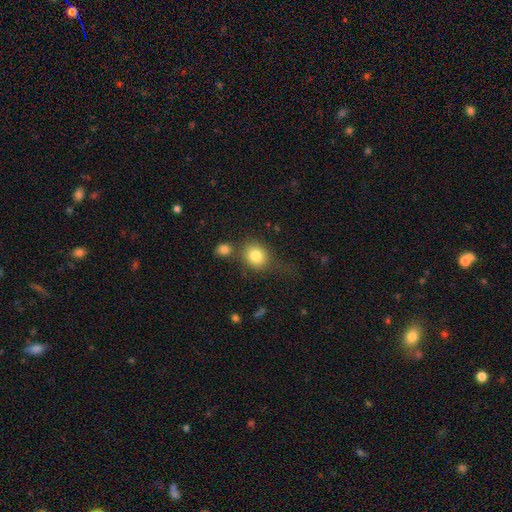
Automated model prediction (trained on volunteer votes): Smooth or featured: smooth — 81% (star or artifact — 10%)
How rounded: round — 75% (in between — 24%)
Merging: none — 62% (merger — 17%)